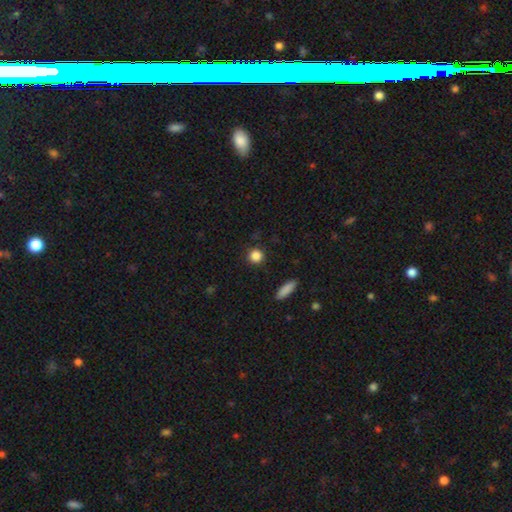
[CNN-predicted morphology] This appears to be a smooth galaxy with no disk features (86%) that is round (92%). Merging: none (90%).